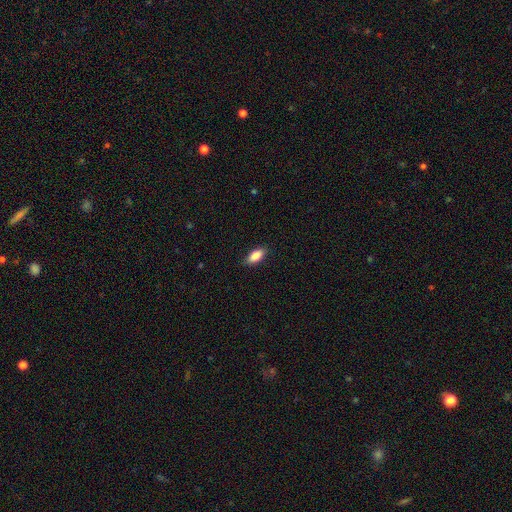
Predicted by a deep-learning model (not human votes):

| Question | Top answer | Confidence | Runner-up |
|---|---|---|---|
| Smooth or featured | smooth | 86% | star or artifact (7%) |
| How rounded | in between | 87% | cigar-shaped (11%) |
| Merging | none | 86% | minor disturbance (10%) |